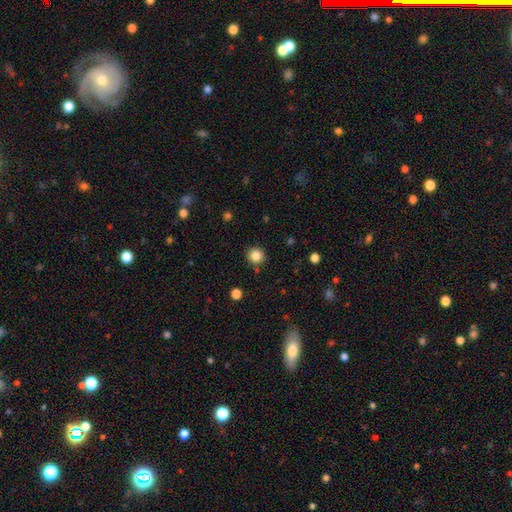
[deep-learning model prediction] Morphology: type=smooth (85%); roundness=round (93%); merging=none (88%).